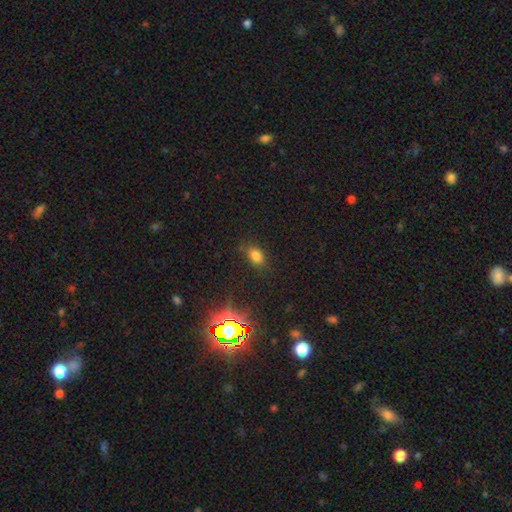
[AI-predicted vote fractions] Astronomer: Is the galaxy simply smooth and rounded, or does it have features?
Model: smooth — 74%.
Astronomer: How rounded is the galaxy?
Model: in between — 81%.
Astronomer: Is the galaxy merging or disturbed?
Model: none — 76%.